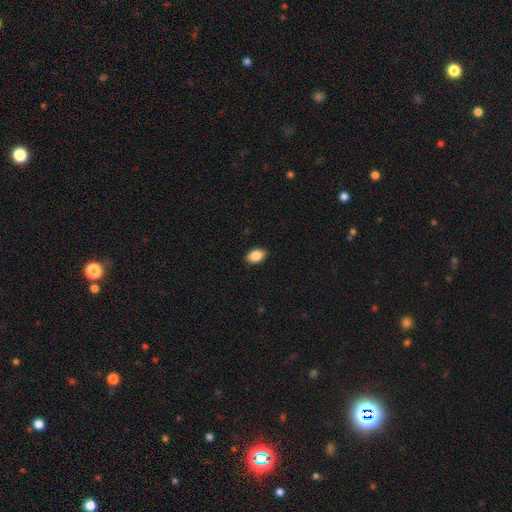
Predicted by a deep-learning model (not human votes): This is clearly a smooth galaxy (87%). How rounded: clearly in between (88%). Merging: clearly none (89%).